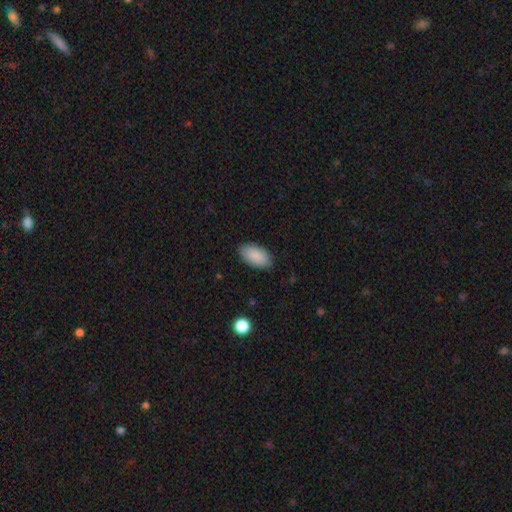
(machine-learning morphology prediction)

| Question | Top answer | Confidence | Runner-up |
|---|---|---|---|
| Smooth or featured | smooth | 89% | star or artifact (6%) |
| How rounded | in between | 95% | round (2%) |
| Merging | none | 86% | minor disturbance (10%) |